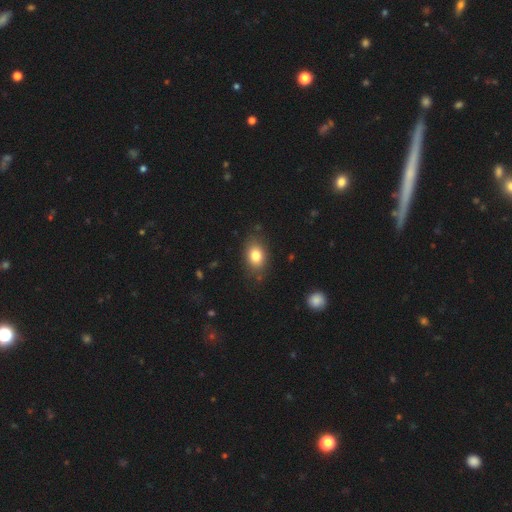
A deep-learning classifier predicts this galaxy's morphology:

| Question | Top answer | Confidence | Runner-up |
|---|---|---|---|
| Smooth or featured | smooth | 81% | featured or disk (10%) |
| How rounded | in between | 75% | round (23%) |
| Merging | none | 81% | minor disturbance (14%) |